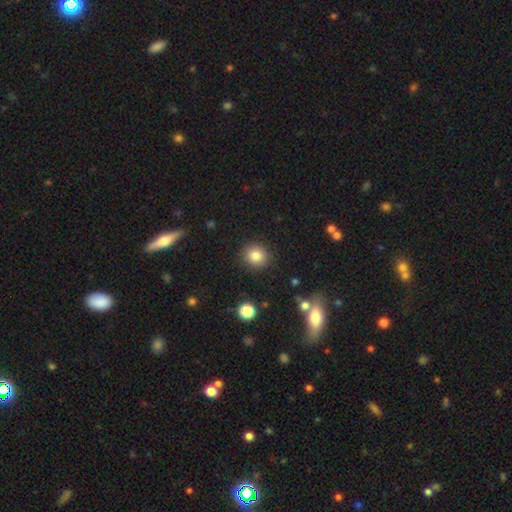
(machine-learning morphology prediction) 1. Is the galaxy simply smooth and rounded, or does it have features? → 83% smooth, 11% star or artifact, 6% featured or disk.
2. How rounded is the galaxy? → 90% round, 9% in between, 1% cigar-shaped.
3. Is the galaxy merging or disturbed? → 90% none, 6% minor disturbance, 2% major disturbance, 2% merger.